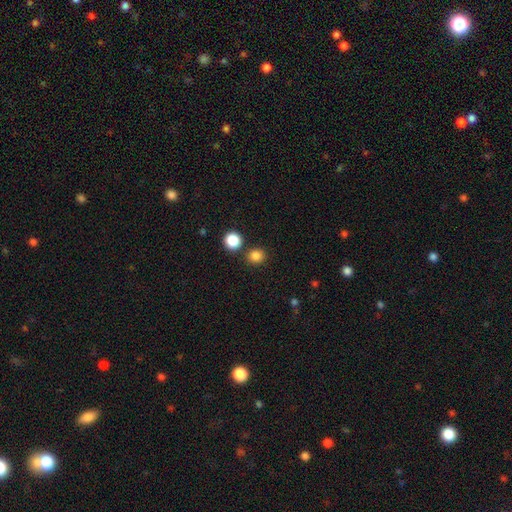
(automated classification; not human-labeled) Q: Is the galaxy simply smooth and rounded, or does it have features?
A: smooth — 84%.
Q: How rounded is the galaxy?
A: round — 85%.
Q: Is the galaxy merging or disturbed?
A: none — 82%.